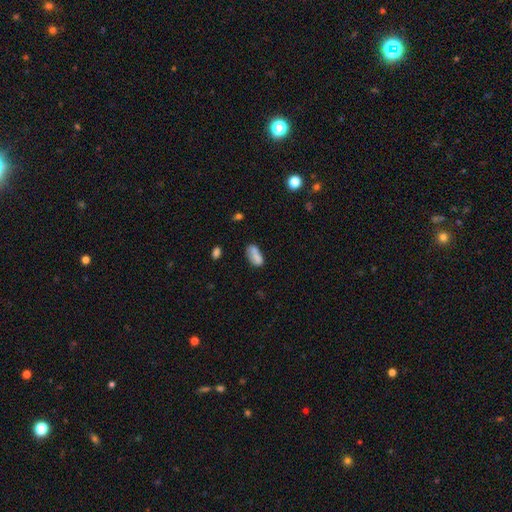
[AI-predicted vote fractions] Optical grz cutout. It shows a smooth galaxy with no disk features (75%) that is in between round and cigar-shaped (83%). Merging: none (53%).